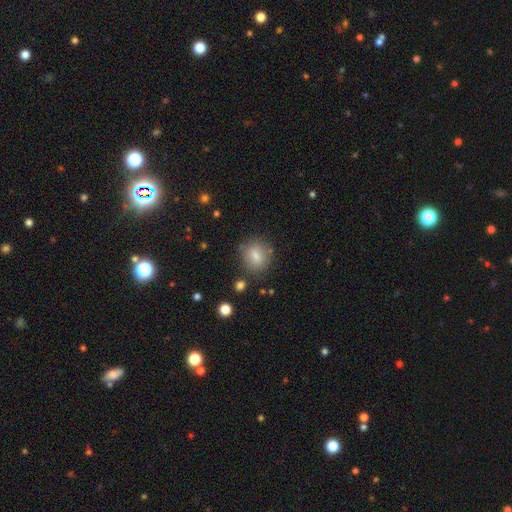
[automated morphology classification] smooth 77%, featured or disk 13%, star or artifact 10%. Down the decision tree: how rounded — round (60%); merging — none (80%).